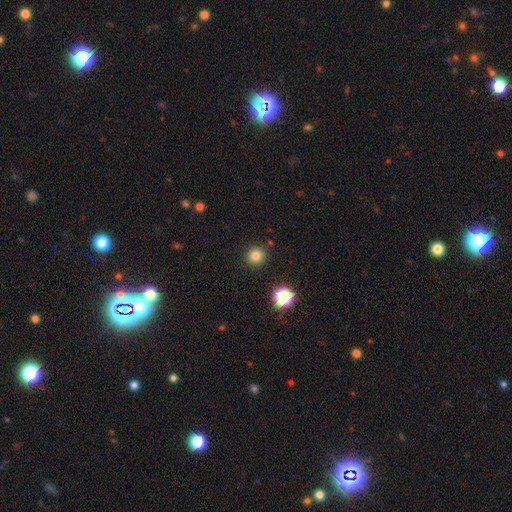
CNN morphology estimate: This appears to be a smooth galaxy with no disk features (81%) that is round (94%). Merging: none (90%).